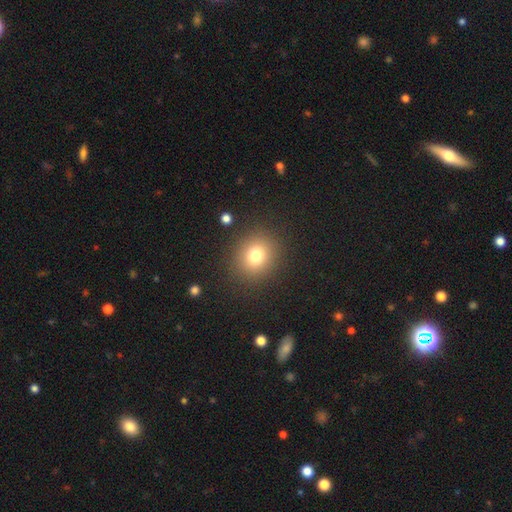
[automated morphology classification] A smooth galaxy with no disk features (76%) that is round (79%).

Vote fractions:
- Smooth or featured? smooth: 76% / star or artifact: 14% / featured or disk: 9%
- How rounded? round: 79% / in between: 20% / cigar-shaped: 1%
- Merging? none: 88% / minor disturbance: 7% / major disturbance: 3% / merger: 2%